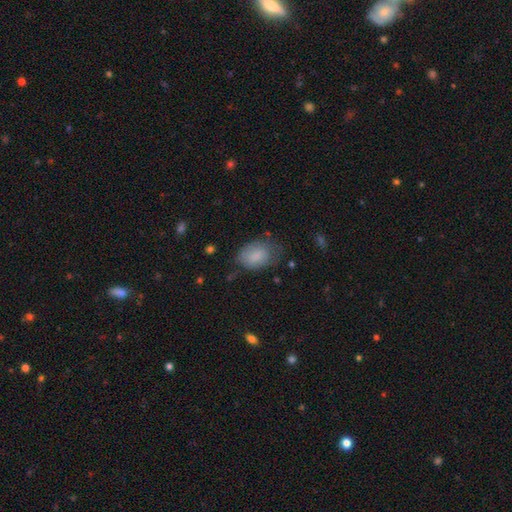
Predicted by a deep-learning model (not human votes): This is clearly a smooth galaxy (82%). How rounded: clearly in between (82%). Merging: possibly none (55%).